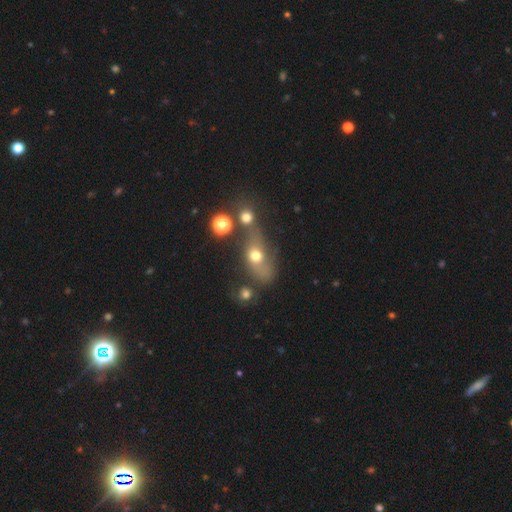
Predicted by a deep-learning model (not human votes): Smooth or featured?
  - smooth: 60% *
  - featured or disk: 23%
  - star or artifact: 18%
How rounded?
  - in between: 60% *
  - round: 33%
  - cigar-shaped: 8%
Merging?
  - merger: 36% *
  - none: 30%
  - major disturbance: 19%
  - minor disturbance: 15%